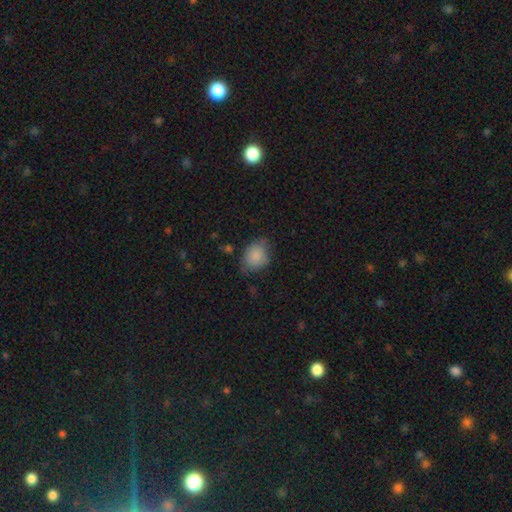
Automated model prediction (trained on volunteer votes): smooth_or_featured: smooth (p=0.84) [alt: star or artifact p=0.08]
how_rounded: in between (p=0.59) [alt: round p=0.40]
merging: none (p=0.58) [alt: minor disturbance p=0.32]